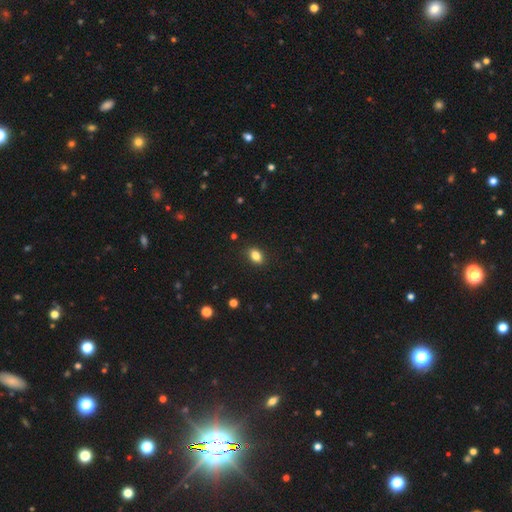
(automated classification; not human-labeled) The model was most divided on "how rounded": in between: 81%, round: 16%, cigar-shaped: 2%. More confident: merging — none (88%); smooth or featured — smooth (84%).